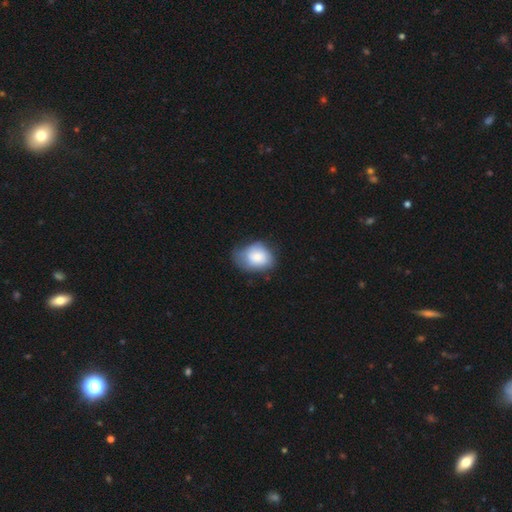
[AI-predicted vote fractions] Q: Smooth or featured?
A: smooth (78%); runner-up: featured or disk (15%)
Q: How rounded?
A: in between (65%); runner-up: round (34%)
Q: Merging?
A: none (45%); runner-up: minor disturbance (40%)